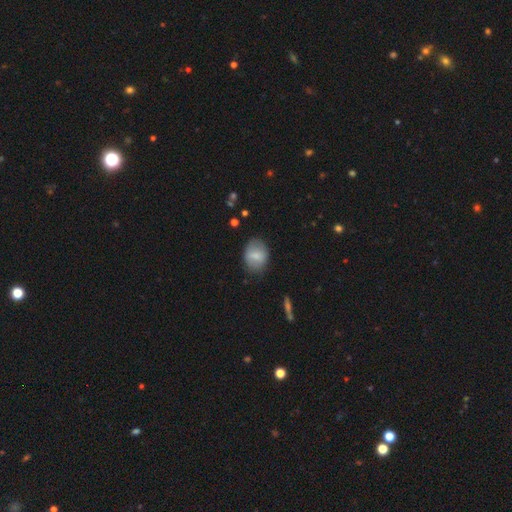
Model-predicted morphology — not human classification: Q: Smooth or featured?
A: smooth (68%); runner-up: featured or disk (24%)
Q: How rounded?
A: in between (63%); runner-up: round (35%)
Q: Merging?
A: none (78%); runner-up: minor disturbance (17%)